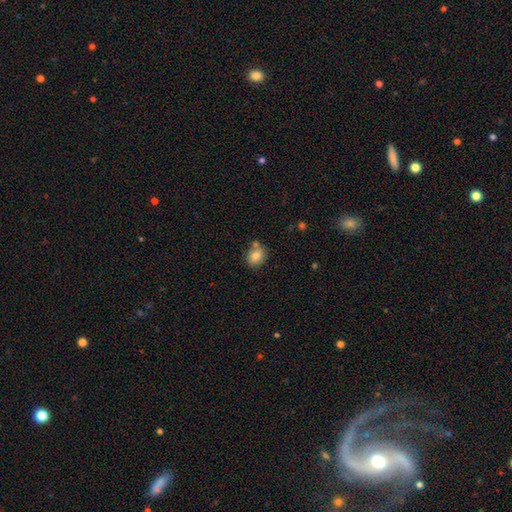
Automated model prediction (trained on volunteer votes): Smooth or featured? smooth (79%)
How rounded? round (57%)
Merging? none (68%)